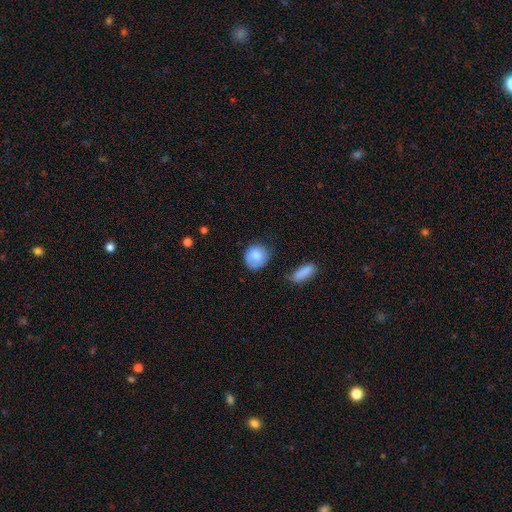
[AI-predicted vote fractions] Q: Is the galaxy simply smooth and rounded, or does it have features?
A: smooth — 78%.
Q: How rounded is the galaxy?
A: round — 78%.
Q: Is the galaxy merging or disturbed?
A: none — 60%.